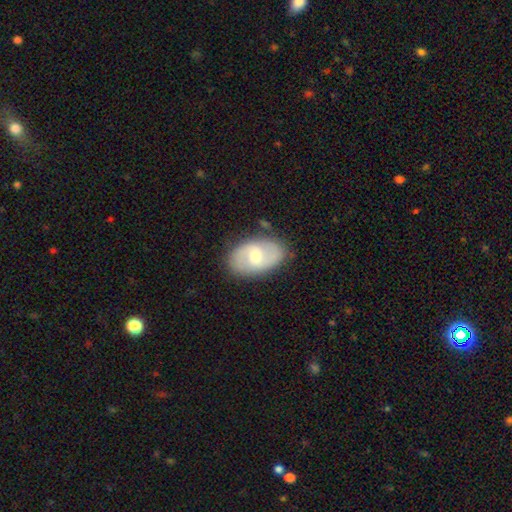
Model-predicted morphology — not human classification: This appears to be a featured or disk galaxy (62%) with a weak bar (53%), spiral arms (83%) and a moderate central bulge (59%). Merging: none (81%).